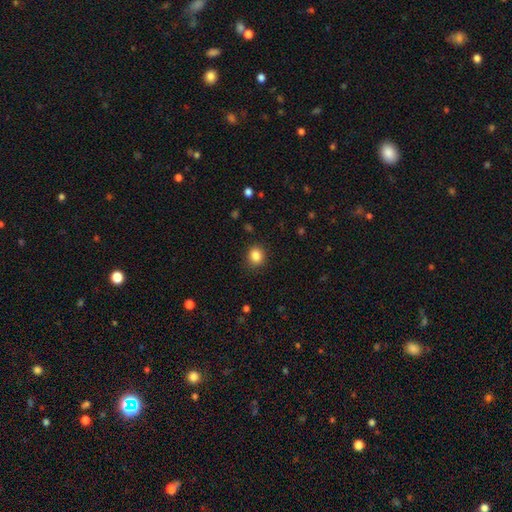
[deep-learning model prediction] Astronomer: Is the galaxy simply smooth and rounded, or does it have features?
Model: smooth — 85%.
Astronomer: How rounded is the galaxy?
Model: round — 71%.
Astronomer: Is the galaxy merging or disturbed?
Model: none — 88%.